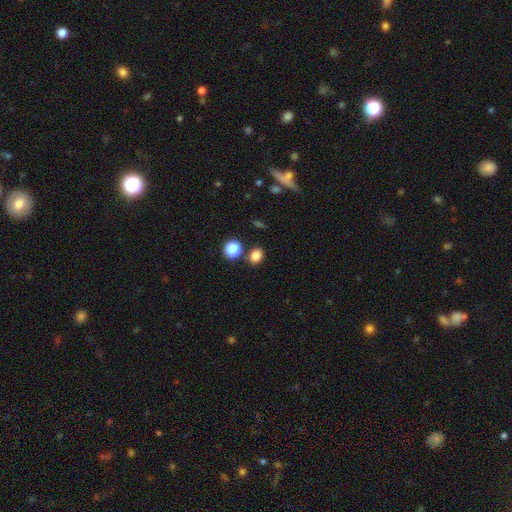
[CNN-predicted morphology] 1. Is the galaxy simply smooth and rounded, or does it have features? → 82% smooth, 13% star or artifact, 5% featured or disk.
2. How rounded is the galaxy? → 52% round, 47% in between, 1% cigar-shaped.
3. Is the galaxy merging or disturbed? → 78% none, 10% merger, 9% minor disturbance, 3% major disturbance.